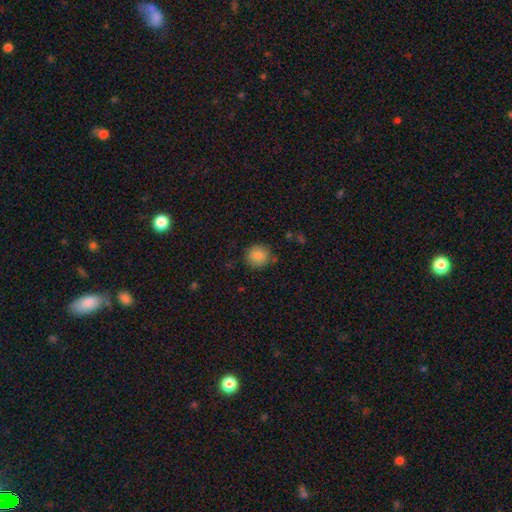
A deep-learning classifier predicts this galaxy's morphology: A smooth galaxy with no disk features (87%) that is round (90%). Merging: none (84%).